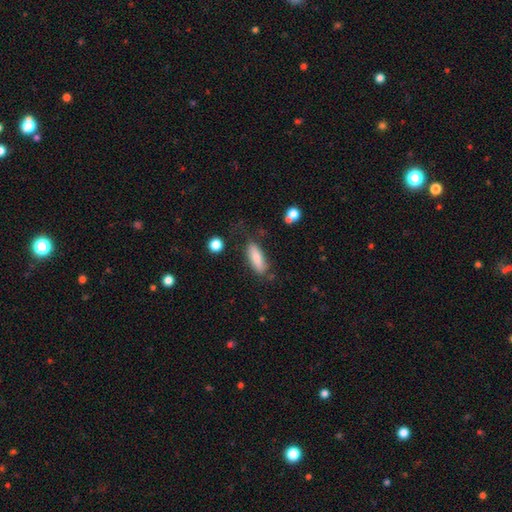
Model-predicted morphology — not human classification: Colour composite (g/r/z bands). It shows a smooth galaxy with no disk features (81%) that is in between round and cigar-shaped (62%). Merging: none (70%).